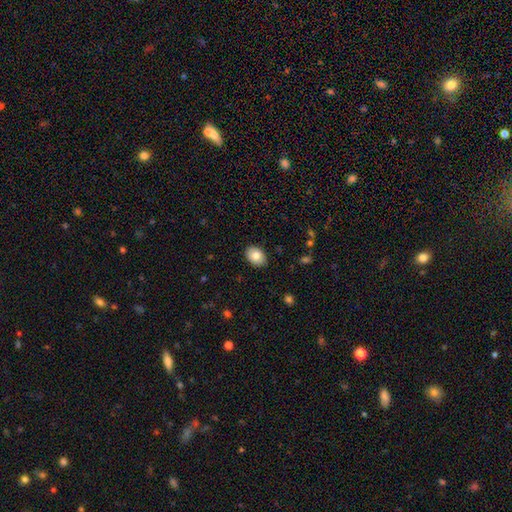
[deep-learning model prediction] A smooth galaxy with no disk features (80%) that is in between round and cigar-shaped (81%). Merging: none (89%).